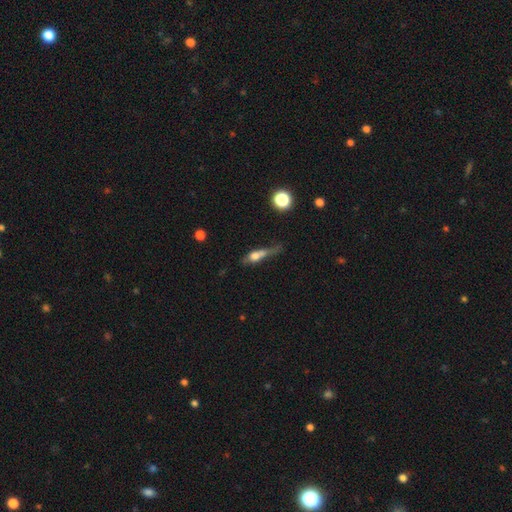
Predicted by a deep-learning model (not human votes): smooth_or_featured: smooth (p=0.53) [alt: featured or disk p=0.35]
how_rounded: cigar-shaped (p=0.47) [alt: in between p=0.37]
merging: major disturbance (p=0.32) [alt: none p=0.27]